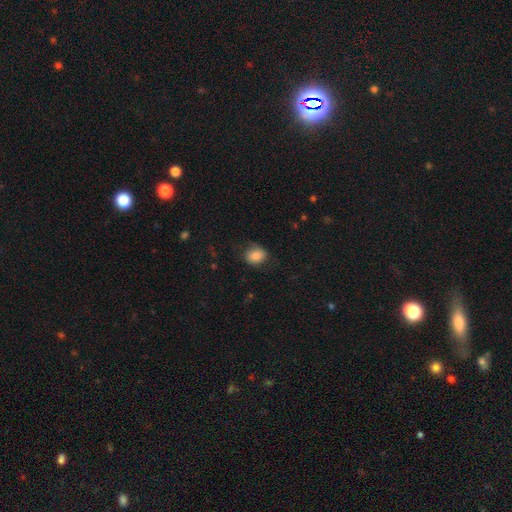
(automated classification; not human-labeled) This is clearly a smooth galaxy (81%). How rounded: likely round (64%). Merging: likely none (72%).